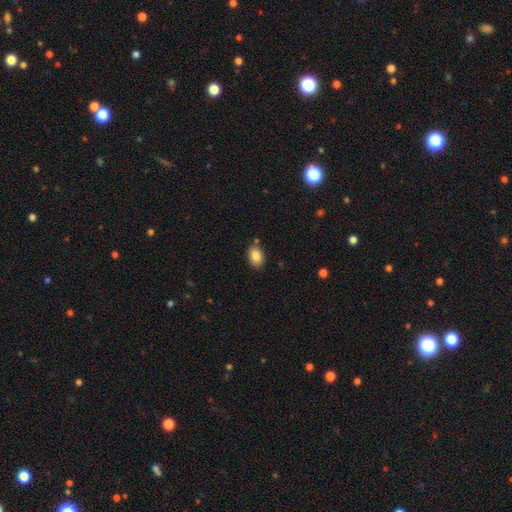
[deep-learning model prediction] This is clearly a smooth galaxy (86%). How rounded: clearly in between (81%). Merging: clearly none (81%).